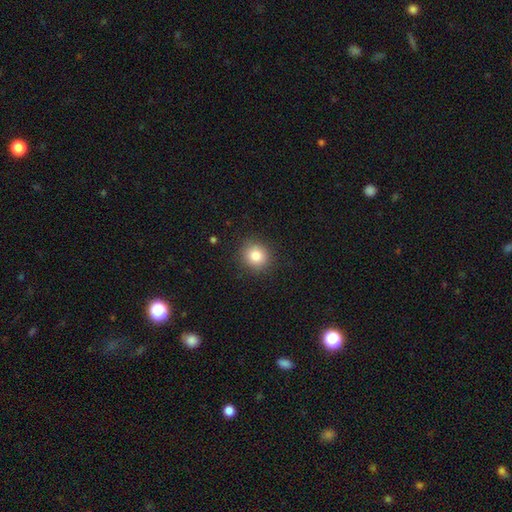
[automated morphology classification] This appears to be a smooth galaxy with no disk features (84%) that is round (87%). Merging: none (90%).